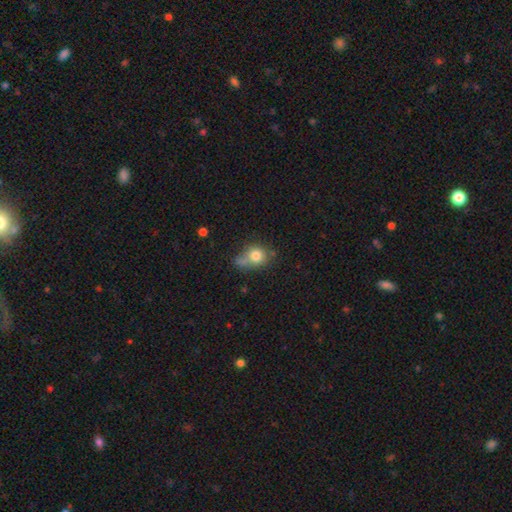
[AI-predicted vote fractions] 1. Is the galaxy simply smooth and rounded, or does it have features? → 78% smooth, 12% featured or disk, 10% star or artifact.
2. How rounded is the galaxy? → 67% round, 31% in between, 1% cigar-shaped.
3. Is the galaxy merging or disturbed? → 42% none, 25% merger, 23% minor disturbance, 11% major disturbance.